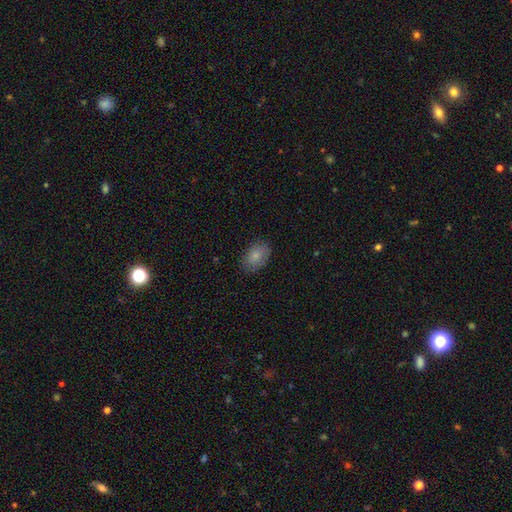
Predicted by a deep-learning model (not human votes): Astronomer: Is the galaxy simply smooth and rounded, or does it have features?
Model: smooth — 83%.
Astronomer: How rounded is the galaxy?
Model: in between — 86%.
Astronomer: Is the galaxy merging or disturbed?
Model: none — 83%.